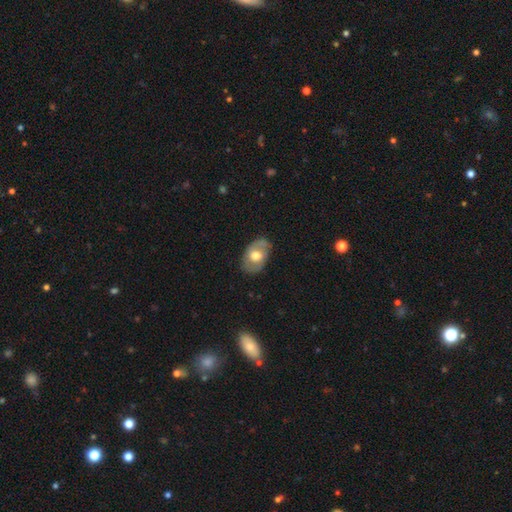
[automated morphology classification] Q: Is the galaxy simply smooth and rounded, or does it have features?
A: smooth — 51%.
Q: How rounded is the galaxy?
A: in between — 84%.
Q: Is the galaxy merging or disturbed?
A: none — 73%.